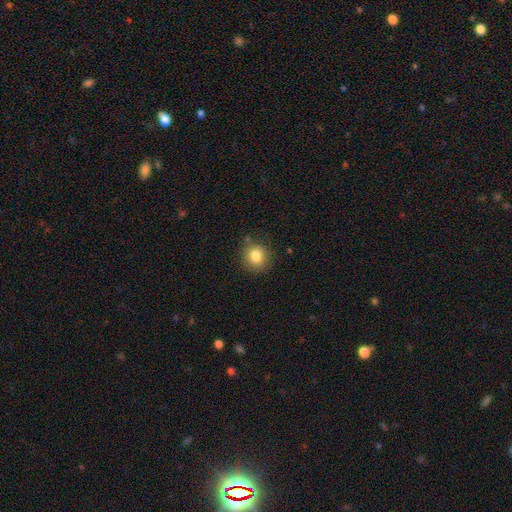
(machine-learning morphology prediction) smooth_or_featured: smooth (p=0.84) [alt: star or artifact p=0.10]
how_rounded: round (p=0.82) [alt: in between p=0.17]
merging: none (p=0.83) [alt: minor disturbance p=0.11]